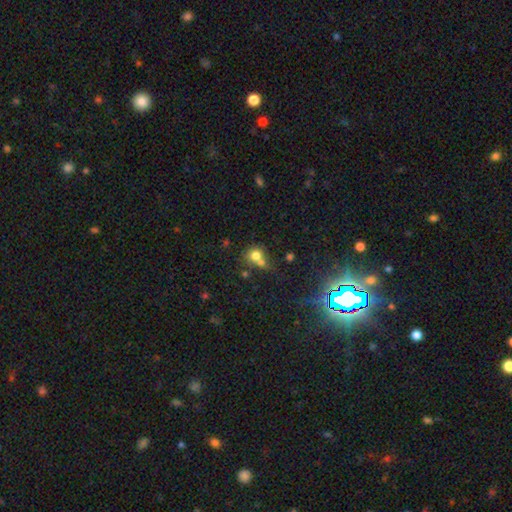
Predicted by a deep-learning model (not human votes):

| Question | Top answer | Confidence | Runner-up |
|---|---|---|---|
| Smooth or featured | smooth | 74% | star or artifact (14%) |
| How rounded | round | 78% | in between (21%) |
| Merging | merger | 45% | none (40%) |